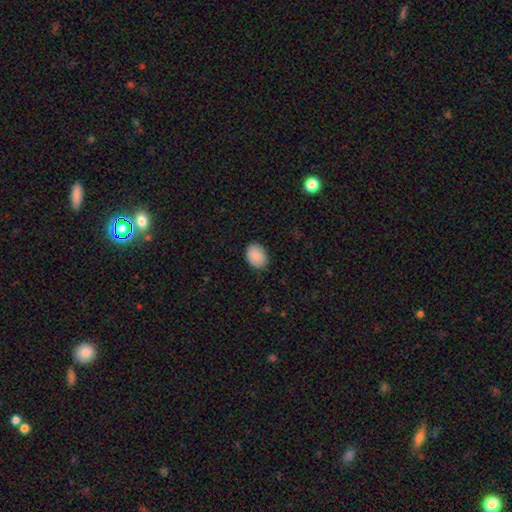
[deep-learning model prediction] smooth_or_featured: smooth (p=0.90) [alt: star or artifact p=0.07]
how_rounded: in between (p=0.66) [alt: round p=0.33]
merging: none (p=0.86) [alt: minor disturbance p=0.11]